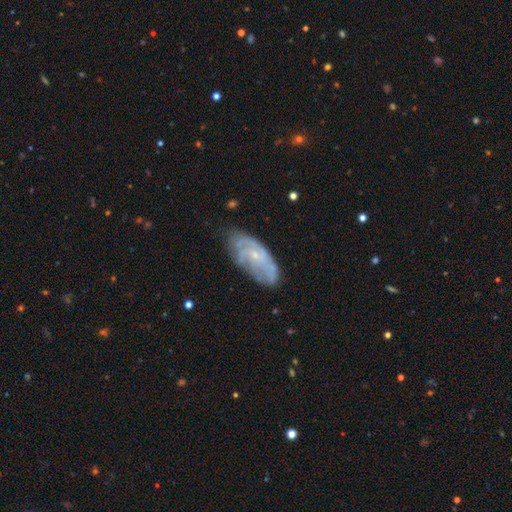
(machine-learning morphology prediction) A featured or disk galaxy (66%) with no bar (75%), spiral arms (76%) and a small central bulge (76%). Merging: none (70%).